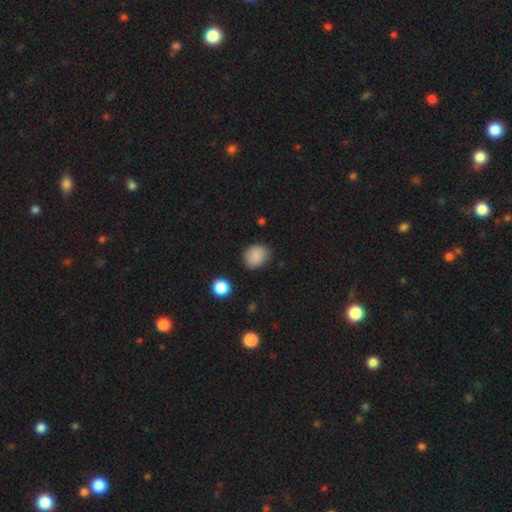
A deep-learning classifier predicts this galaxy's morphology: A smooth galaxy with no disk features (85%) that is round (64%).

Vote fractions:
- Smooth or featured? smooth: 85% / star or artifact: 10% / featured or disk: 5%
- How rounded? round: 64% / in between: 35% / cigar-shaped: 1%
- Merging? none: 78% / minor disturbance: 17% / major disturbance: 3% / merger: 2%